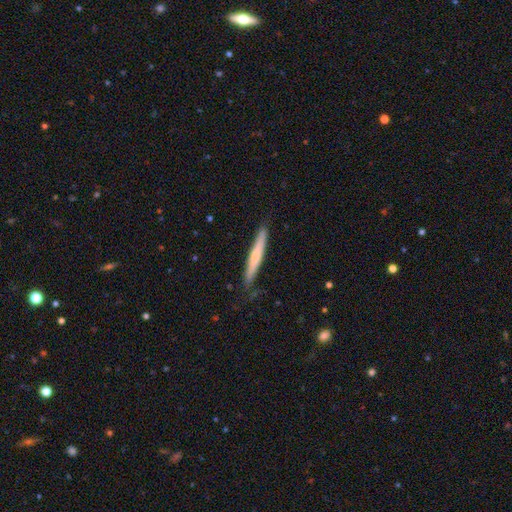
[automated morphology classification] smooth-or-featured: smooth: 57% | featured or disk: 37% | star or artifact: 5%
  how-rounded: cigar-shaped: 95% | in between: 4% | round: 1%
  merging: none: 85% | minor disturbance: 12% | major disturbance: 2% | merger: 1%